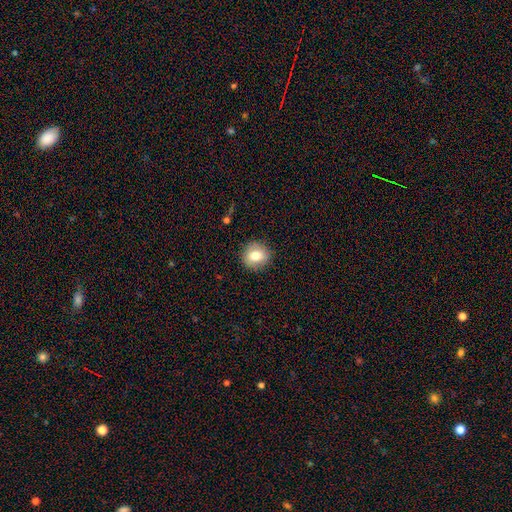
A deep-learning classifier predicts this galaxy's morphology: The model was most divided on "smooth or featured": smooth: 77%, featured or disk: 14%, star or artifact: 9%. More confident: merging — none (89%); how rounded — round (86%).